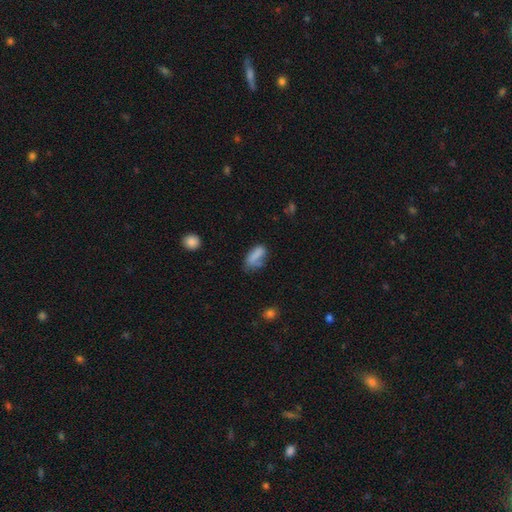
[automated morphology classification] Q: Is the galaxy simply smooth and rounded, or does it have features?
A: smooth — 77%.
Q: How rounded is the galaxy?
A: in between — 79%.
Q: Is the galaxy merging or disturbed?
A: none — 42%.